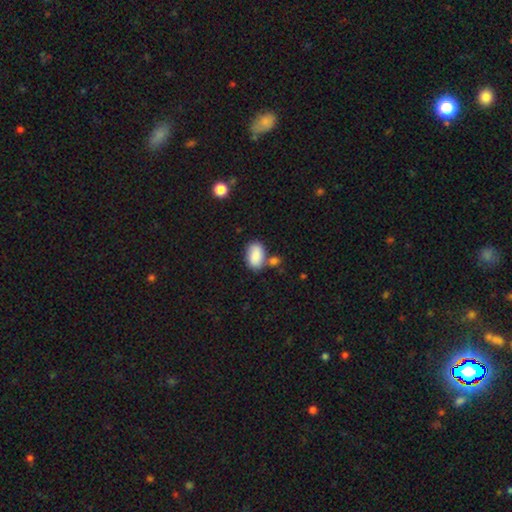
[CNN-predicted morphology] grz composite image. It shows a smooth galaxy with no disk features (87%) that is in between round and cigar-shaped (91%). Merging: none (61%).